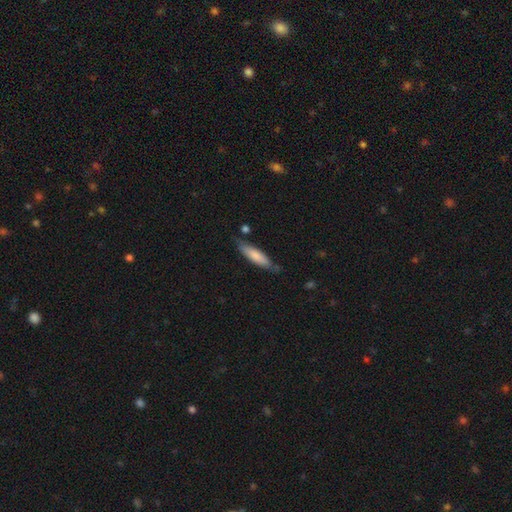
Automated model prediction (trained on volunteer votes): smooth-or-featured: smooth: 75% | featured or disk: 19% | star or artifact: 5%
  how-rounded: cigar-shaped: 69% | in between: 30% | round: 1%
  merging: none: 72% | minor disturbance: 20% | merger: 4% | major disturbance: 4%